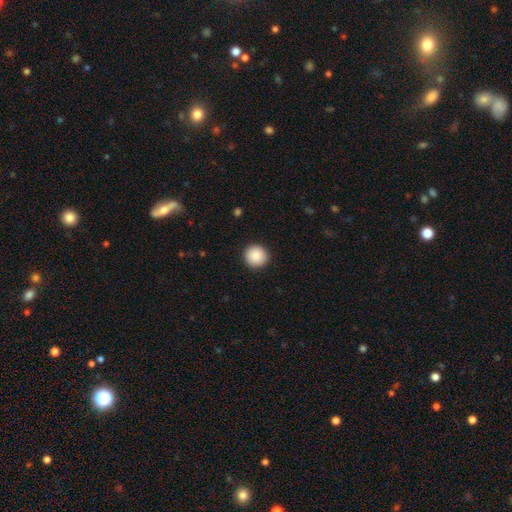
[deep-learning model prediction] This is clearly a smooth galaxy (89%). How rounded: clearly round (95%). Merging: clearly none (92%).